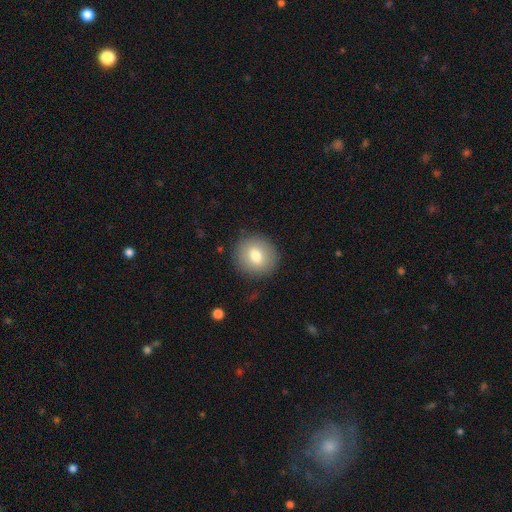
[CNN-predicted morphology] A smooth galaxy with no disk features (75%) that is round (86%). Merging: none (88%).